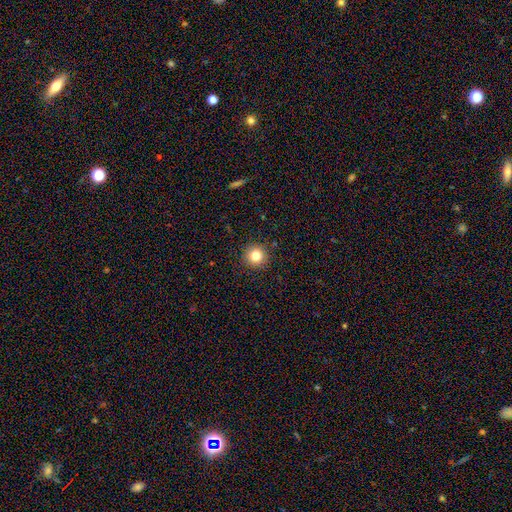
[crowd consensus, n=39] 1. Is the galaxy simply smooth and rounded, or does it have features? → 85% smooth, 13% featured or disk, 3% star or artifact.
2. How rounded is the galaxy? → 97% round, 3% in between, 0% cigar-shaped.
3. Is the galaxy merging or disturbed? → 92% none, 3% minor disturbance, 3% major disturbance, 3% merger.